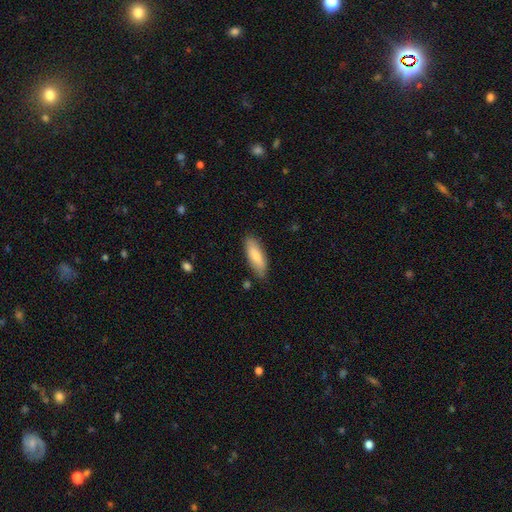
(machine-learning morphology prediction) smooth 79%, featured or disk 15%, star or artifact 6%. Down the decision tree: how rounded — in between (62%); merging — none (82%).